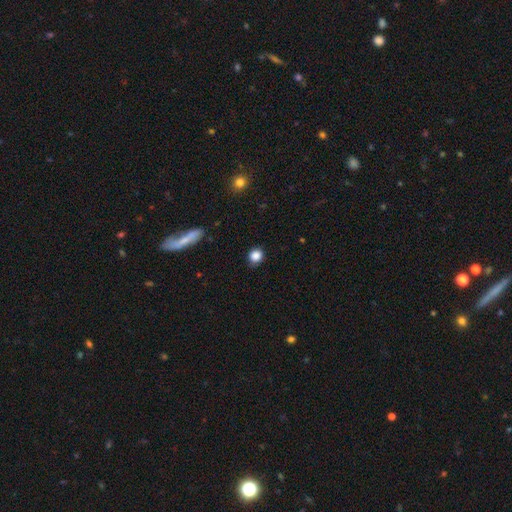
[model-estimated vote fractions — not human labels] smooth 86%, star or artifact 10%, featured or disk 4%. Down the decision tree: how rounded — round (79%); merging — none (81%).